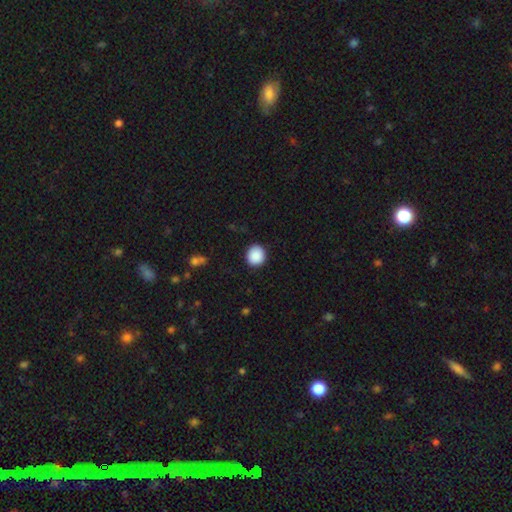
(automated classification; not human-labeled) Smooth or featured: smooth — 89% (star or artifact — 8%)
How rounded: round — 88% (in between — 12%)
Merging: none — 90% (minor disturbance — 7%)